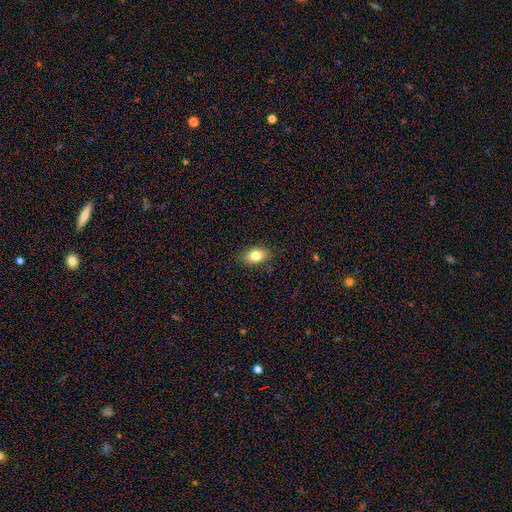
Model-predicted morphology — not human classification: Q: Smooth or featured?
A: smooth (80%); runner-up: featured or disk (11%)
Q: How rounded?
A: in between (84%); runner-up: round (13%)
Q: Merging?
A: none (84%); runner-up: minor disturbance (12%)